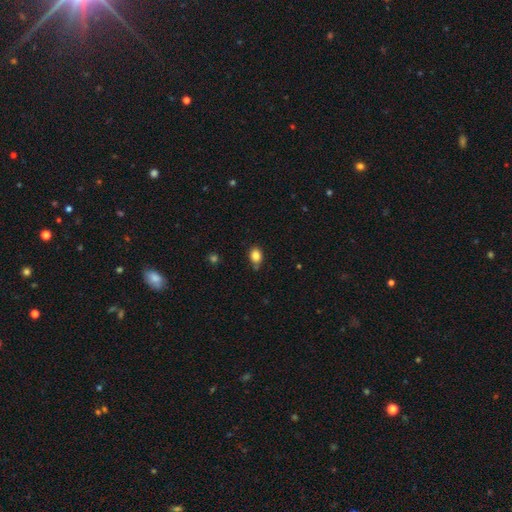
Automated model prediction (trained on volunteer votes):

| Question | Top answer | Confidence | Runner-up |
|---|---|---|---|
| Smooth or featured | smooth | 85% | star or artifact (10%) |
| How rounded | in between | 61% | round (38%) |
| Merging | none | 71% | minor disturbance (21%) |